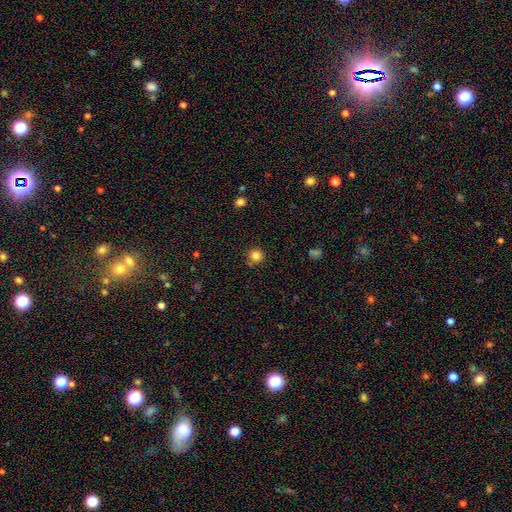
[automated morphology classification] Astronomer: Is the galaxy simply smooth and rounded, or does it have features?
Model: smooth — 83%.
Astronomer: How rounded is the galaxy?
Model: round — 94%.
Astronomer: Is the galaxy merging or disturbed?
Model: none — 84%.